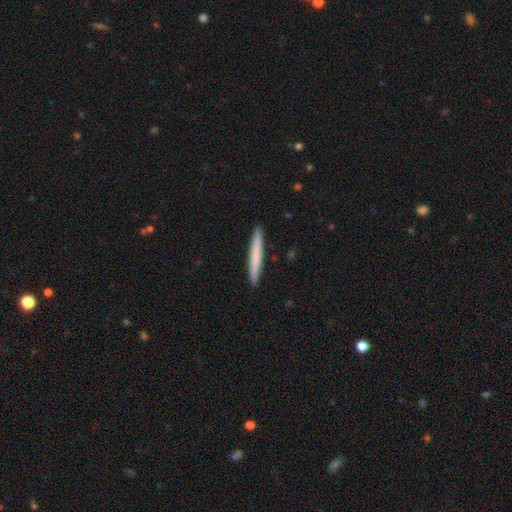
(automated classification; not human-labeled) The model was most divided on "smooth or featured": smooth: 71%, featured or disk: 24%, star or artifact: 5%. More confident: how rounded — cigar-shaped (97%); merging — none (92%).